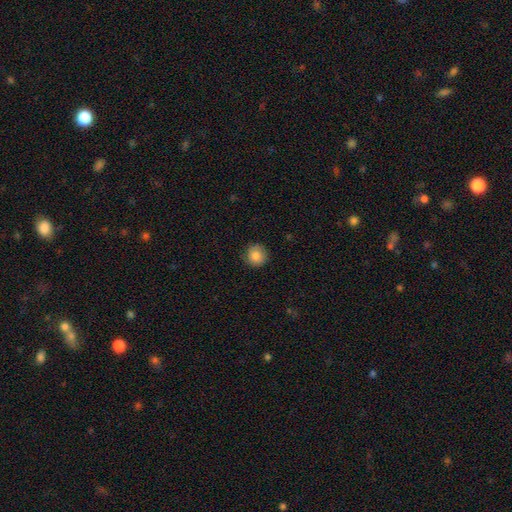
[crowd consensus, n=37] A smooth galaxy with no disk features (92%) that is round (97%). Merging: none (69%).